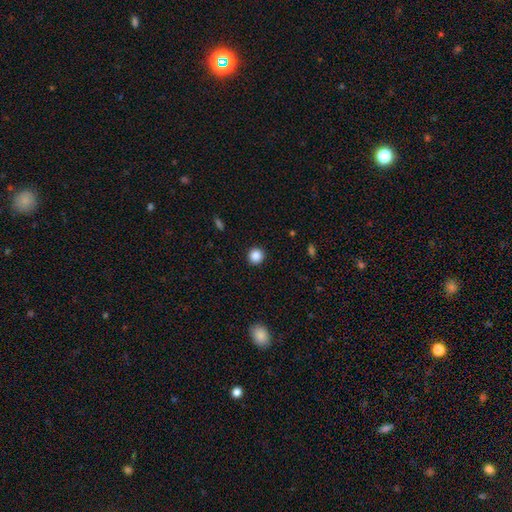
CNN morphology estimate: smooth-or-featured: smooth: 87% | star or artifact: 10% | featured or disk: 3%
  how-rounded: round: 94% | in between: 5% | cigar-shaped: 1%
  merging: none: 92% | minor disturbance: 5% | major disturbance: 2% | merger: 1%